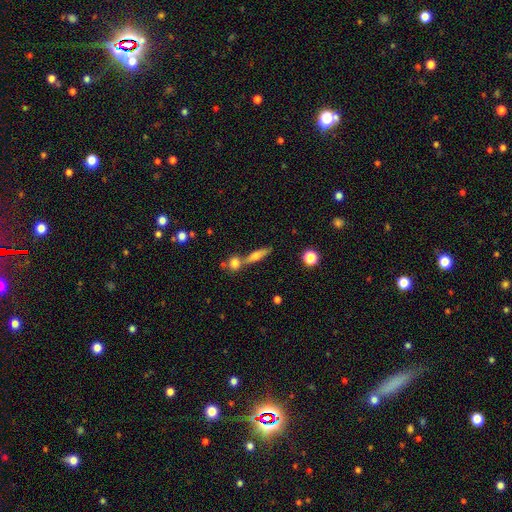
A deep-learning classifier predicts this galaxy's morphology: A smooth galaxy with no disk features (54%) that is cigar-shaped (68%). Merging: none (56%).